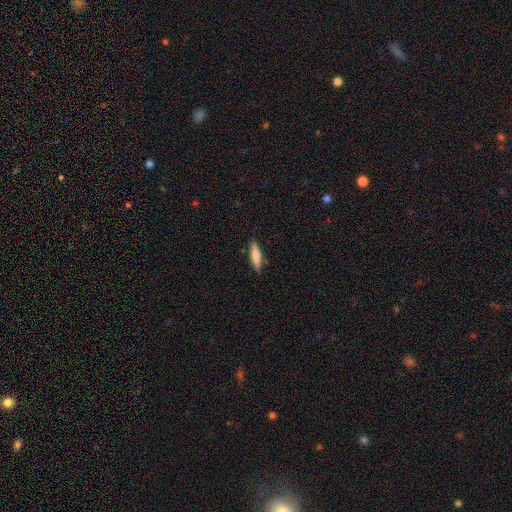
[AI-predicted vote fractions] smooth-or-featured: smooth: 76% | featured or disk: 18% | star or artifact: 6%
  how-rounded: cigar-shaped: 78% | in between: 21% | round: 1%
  merging: none: 87% | minor disturbance: 10% | major disturbance: 2% | merger: 1%